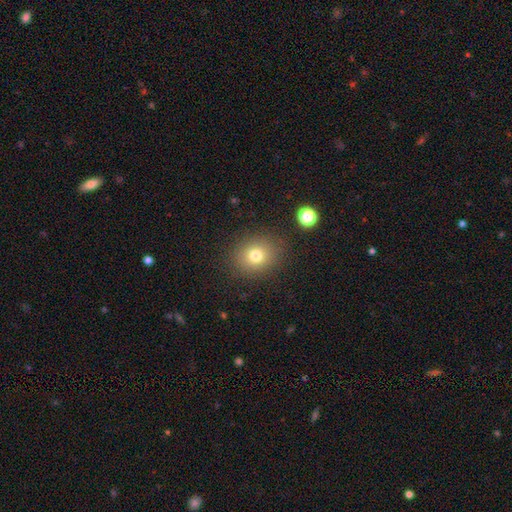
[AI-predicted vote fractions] Overall: smooth (77%). How rounded: round (70%). Merging: none (86%).